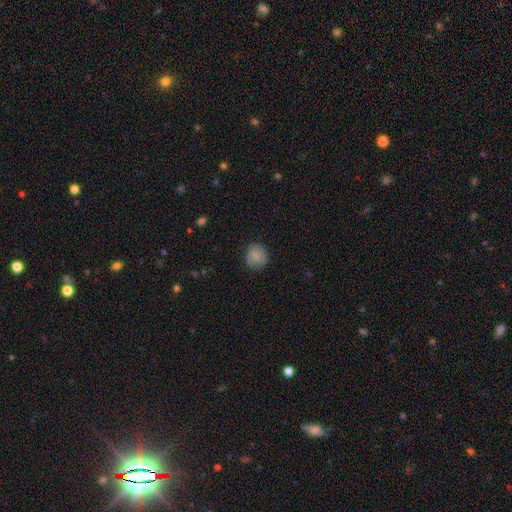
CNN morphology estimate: A smooth galaxy with no disk features (81%) that is round (83%). Merging: none (75%).